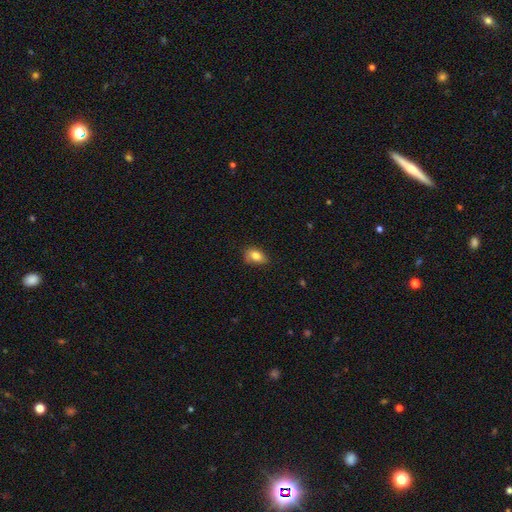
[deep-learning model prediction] This appears to be a smooth galaxy with no disk features (82%) that is in between round and cigar-shaped (85%). Merging: none (66%).